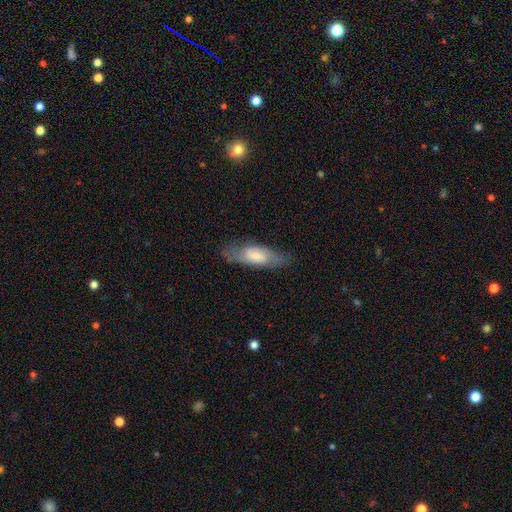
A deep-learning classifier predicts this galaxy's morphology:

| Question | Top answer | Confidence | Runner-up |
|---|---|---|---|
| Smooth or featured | smooth | 52% | featured or disk (42%) |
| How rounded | in between | 67% | cigar-shaped (30%) |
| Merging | none | 68% | minor disturbance (22%) |